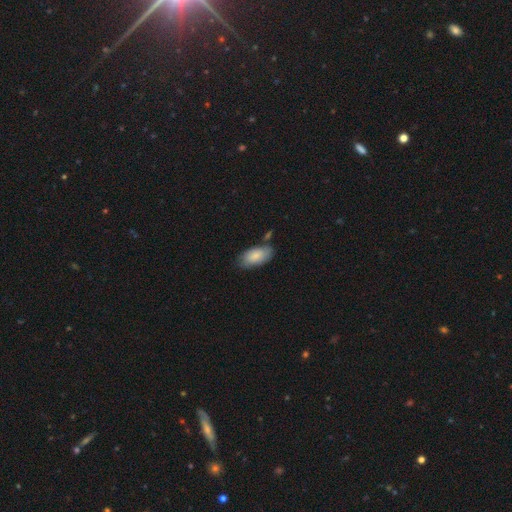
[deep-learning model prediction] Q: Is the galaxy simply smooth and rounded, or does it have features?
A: smooth — 81%.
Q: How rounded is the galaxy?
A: in between — 93%.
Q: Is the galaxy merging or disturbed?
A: none — 67%.